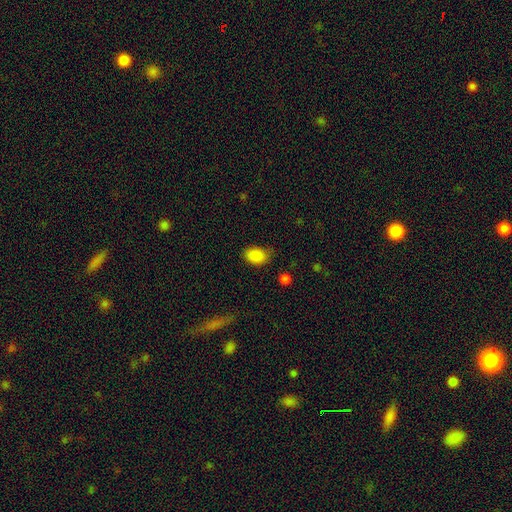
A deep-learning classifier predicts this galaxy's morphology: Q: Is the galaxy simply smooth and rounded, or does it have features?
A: smooth — 87%.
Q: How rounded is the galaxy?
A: in between — 81%.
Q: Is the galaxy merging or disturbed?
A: none — 72%.